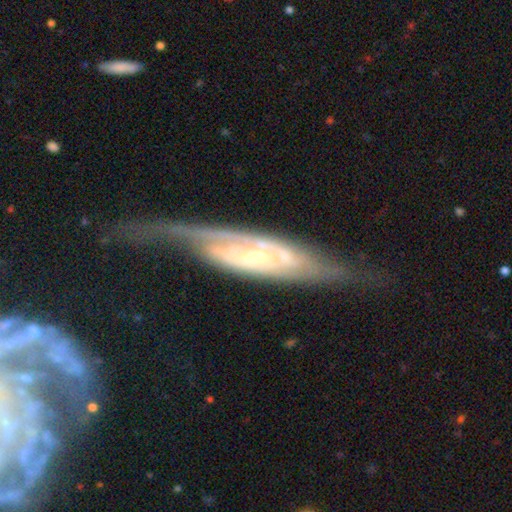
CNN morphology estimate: Smooth or featured: featured or disk — 82% (smooth — 12%)
Edge-on disk: no — 68% (yes — 32%)
Bar: no — 48% (weak — 34%)
Spiral arms: yes — 86% (no — 14%)
Bulge size: small — 64% (moderate — 26%)
Merging: none — 43% (major disturbance — 30%)